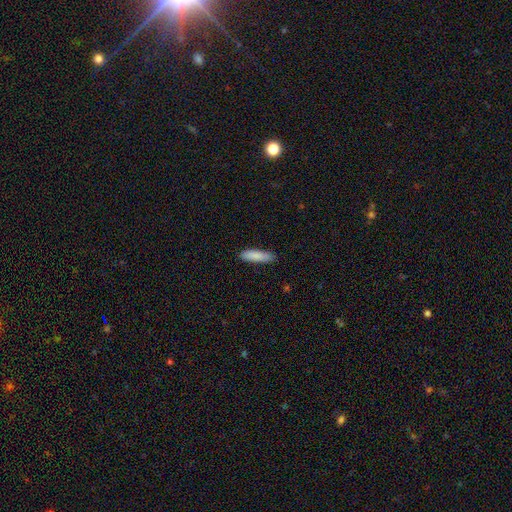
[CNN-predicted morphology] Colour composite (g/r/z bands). It shows a smooth galaxy with no disk features (87%) that is cigar-shaped (65%). Merging: none (87%).